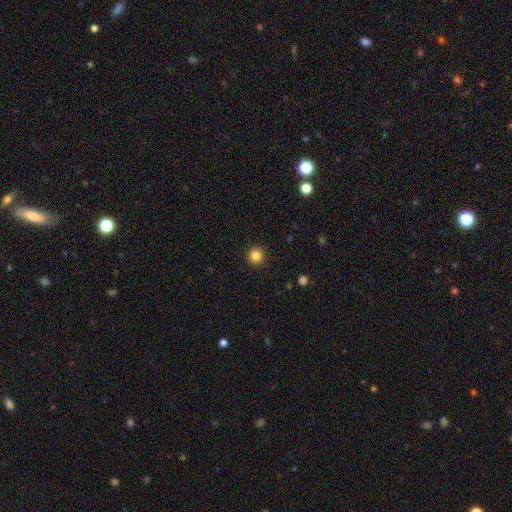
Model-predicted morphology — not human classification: This is clearly a smooth galaxy (84%). How rounded: clearly round (95%). Merging: clearly none (93%).